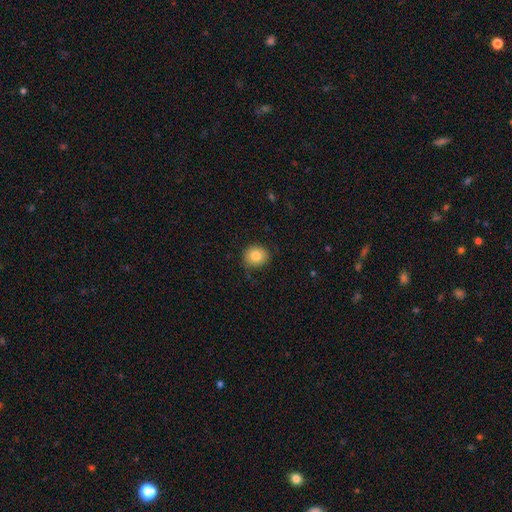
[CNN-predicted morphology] The model was most divided on "how rounded": round: 81%, in between: 18%, cigar-shaped: 1%. More confident: smooth or featured — smooth (83%); merging — none (80%).